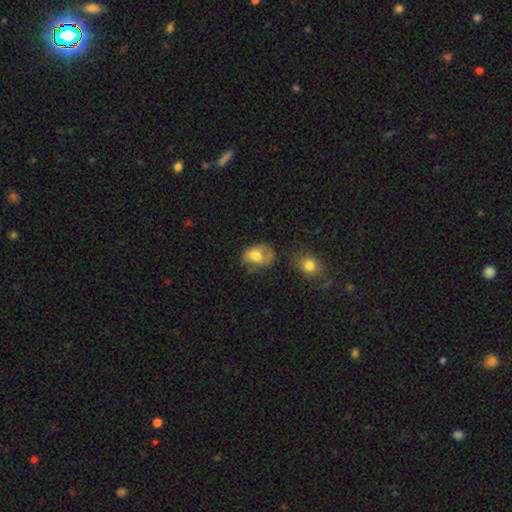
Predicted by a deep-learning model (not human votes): smooth-or-featured: smooth: 66% | featured or disk: 25% | star or artifact: 9%
  how-rounded: in between: 74% | round: 25% | cigar-shaped: 1%
  merging: none: 41% | minor disturbance: 32% | major disturbance: 20% | merger: 7%